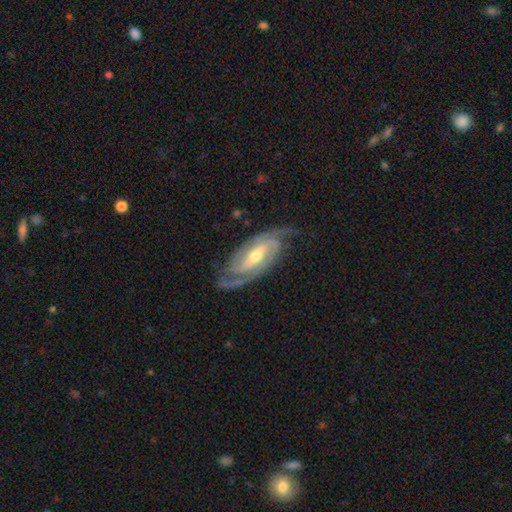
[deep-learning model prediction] The model was most divided on "bar": weak: 39%, no: 31%, strong: 30%. More confident: spiral arms — yes (98%); edge-on disk — no (94%); smooth or featured — featured or disk (90%); merging — none (77%); spiral arm count — 2 (76%); bulge size — moderate (63%); spiral winding — tight (53%).